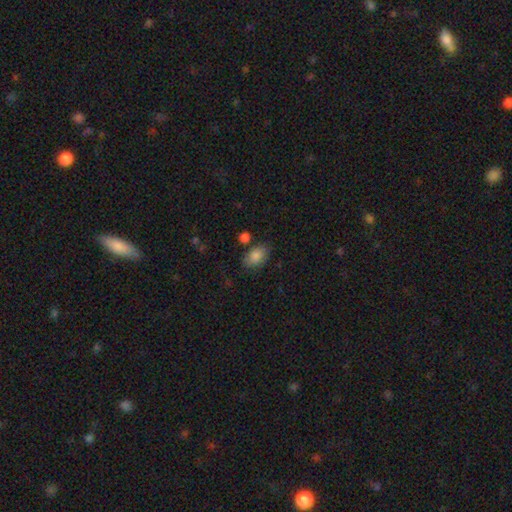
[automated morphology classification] This appears to be a smooth galaxy with no disk features (85%) that is in between round and cigar-shaped (87%). Merging: none (71%).